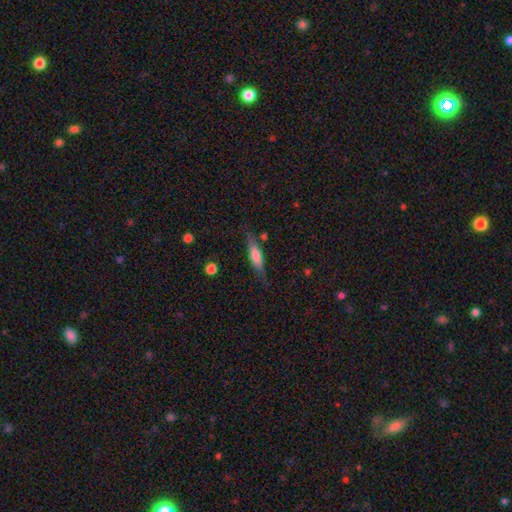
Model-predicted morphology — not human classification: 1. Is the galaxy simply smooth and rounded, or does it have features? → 51% smooth, 42% featured or disk, 7% star or artifact.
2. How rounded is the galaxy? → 72% cigar-shaped, 26% in between, 2% round.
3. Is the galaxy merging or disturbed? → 77% none, 16% minor disturbance, 5% major disturbance, 3% merger.